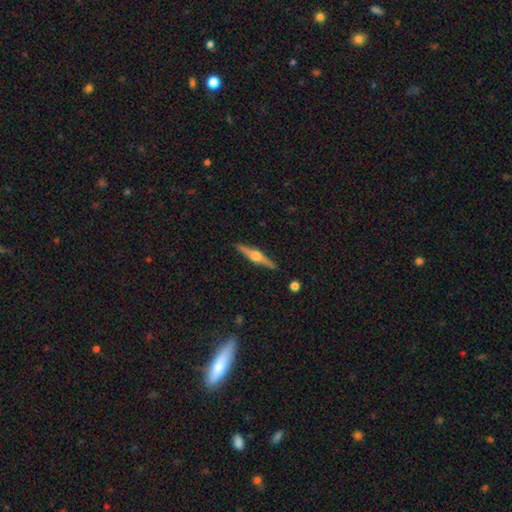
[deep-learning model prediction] Smooth or featured? Predicted: featured or disk (p=0.80). Edge-on disk? Predicted: yes (p=0.98). Edge-on bulge? Predicted: rounded (p=0.94). Merging? Predicted: none (p=0.91).